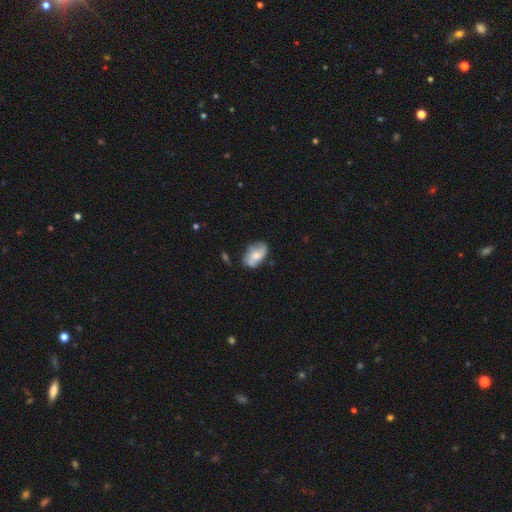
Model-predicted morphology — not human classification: A featured or disk galaxy (48%).

Vote fractions:
- Smooth or featured? featured or disk: 48% / smooth: 45% / star or artifact: 7%
- Merging? none: 61% / minor disturbance: 27% / major disturbance: 8% / merger: 5%